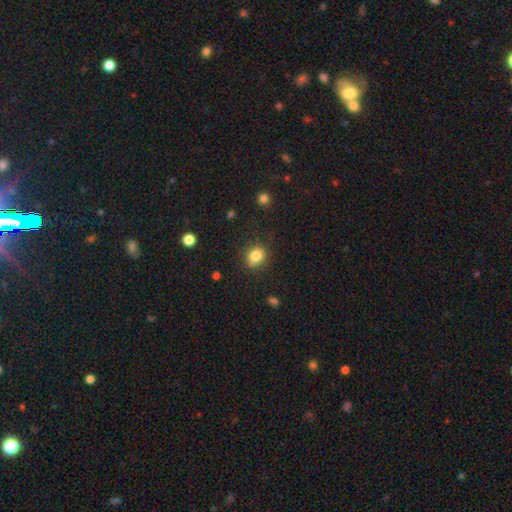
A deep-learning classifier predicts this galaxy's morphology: Smooth or featured? smooth (82%)
How rounded? round (62%)
Merging? none (77%)